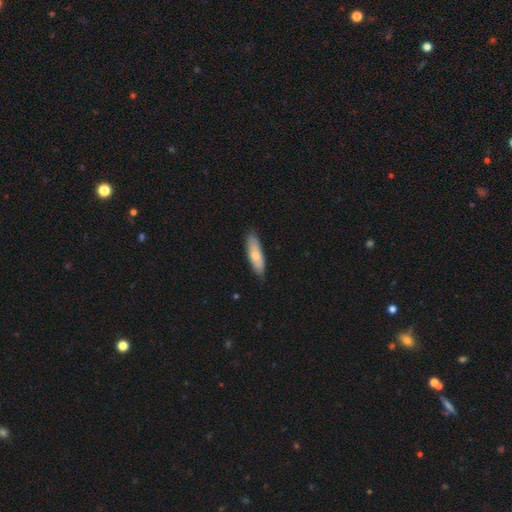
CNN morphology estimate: This appears to be a smooth galaxy with no disk features (70%) that is cigar-shaped (53%). Merging: none (83%).